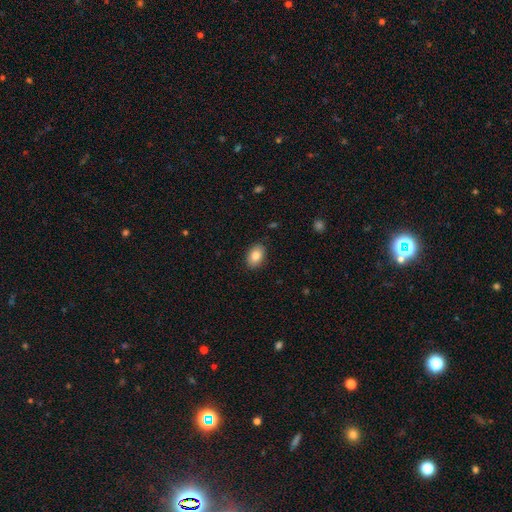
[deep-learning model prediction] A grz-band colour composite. It shows a smooth galaxy with no disk features (85%) that is in between round and cigar-shaped (87%). Merging: none (87%).